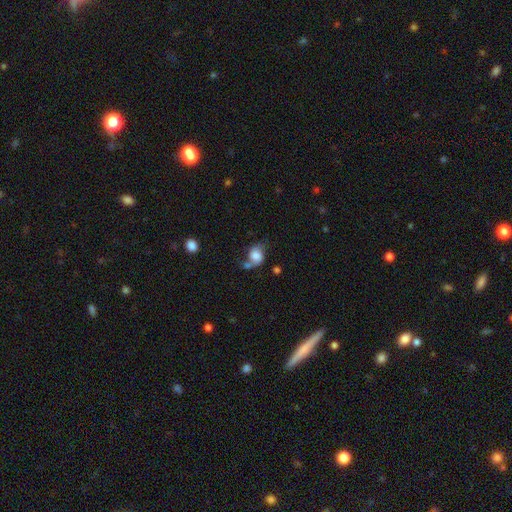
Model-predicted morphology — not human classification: smooth 63%, featured or disk 27%, star or artifact 10%. Down the decision tree: how rounded — round (53%); merging — none (36%).